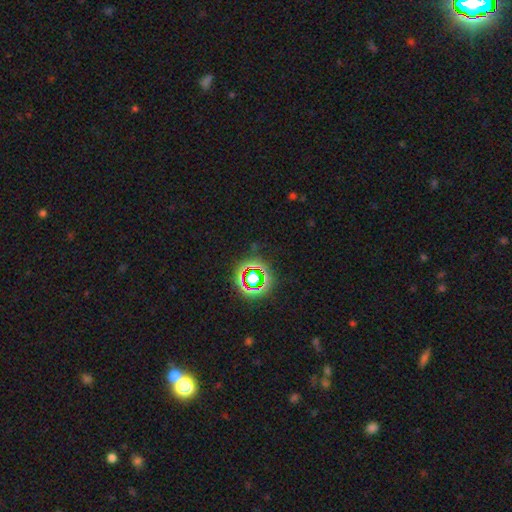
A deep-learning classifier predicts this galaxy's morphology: smooth_or_featured: star or artifact (p=0.75) [alt: smooth p=0.15]